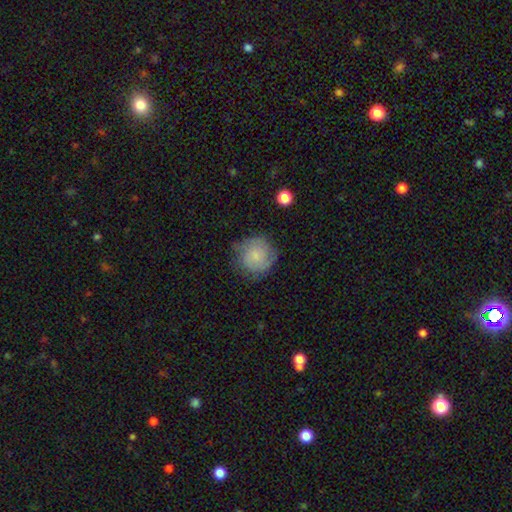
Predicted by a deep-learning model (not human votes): Overall: smooth (55%; featured or disk 37%). How rounded: round (89%). Merging: none (67%).